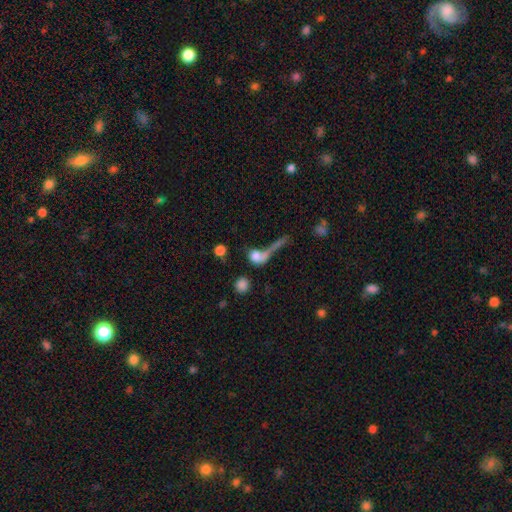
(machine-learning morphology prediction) smooth_or_featured: smooth (p=0.64) [alt: featured or disk p=0.23]
how_rounded: round (p=0.57) [alt: in between p=0.31]
merging: merger (p=0.36) [alt: none p=0.29]